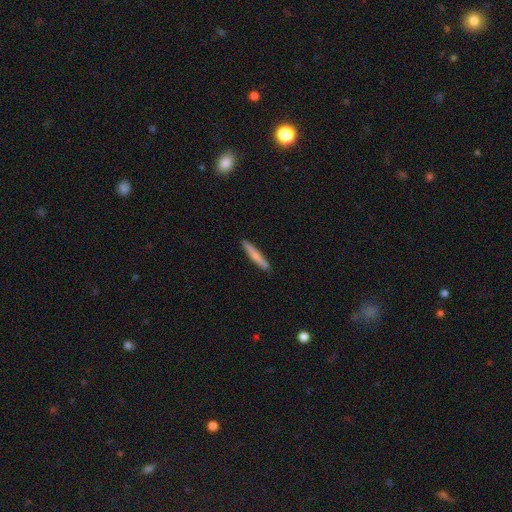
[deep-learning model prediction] Smooth or featured?
  - smooth: 65% *
  - featured or disk: 29%
  - star or artifact: 5%
How rounded?
  - cigar-shaped: 95% *
  - in between: 3%
  - round: 1%
Merging?
  - none: 91% *
  - minor disturbance: 7%
  - major disturbance: 1%
  - merger: 1%